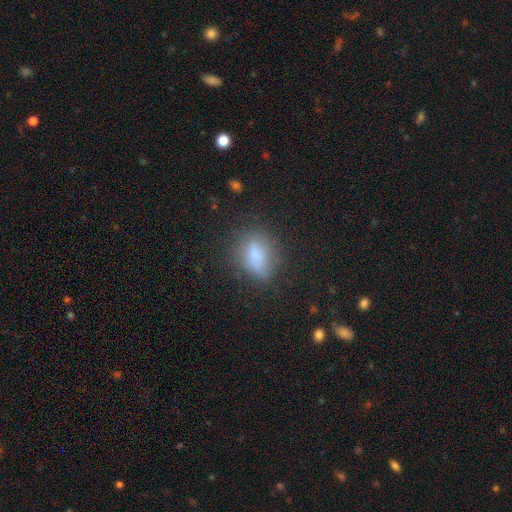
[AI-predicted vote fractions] This appears to be a smooth galaxy with no disk features (70%) that is in between round and cigar-shaped (71%). Merging: none (66%).